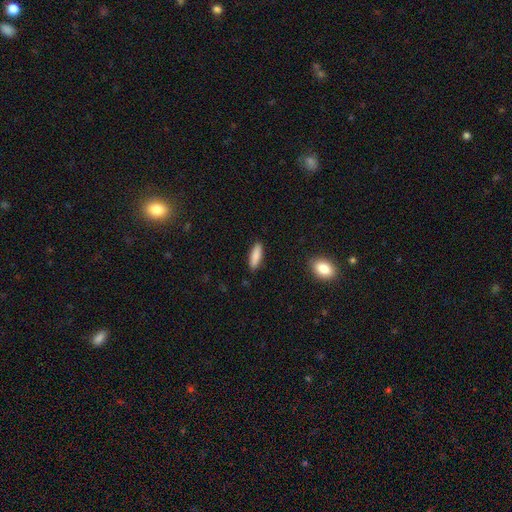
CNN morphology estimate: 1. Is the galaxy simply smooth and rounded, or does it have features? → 87% smooth, 7% featured or disk, 6% star or artifact.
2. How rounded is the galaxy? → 52% cigar-shaped, 46% in between, 2% round.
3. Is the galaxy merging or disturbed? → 88% none, 9% minor disturbance, 2% major disturbance, 1% merger.